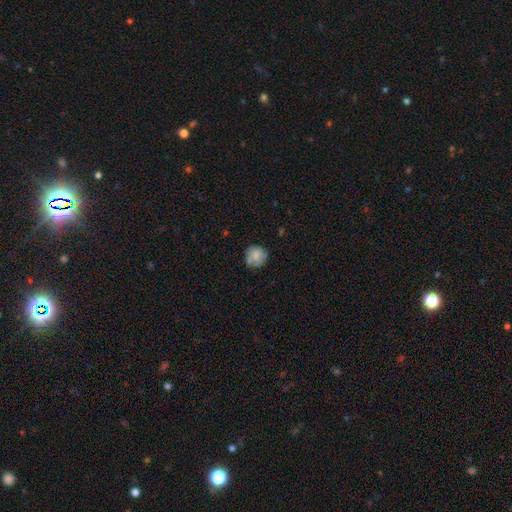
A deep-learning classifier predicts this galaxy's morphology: This is likely a smooth galaxy (74%). How rounded: clearly round (89%). Merging: likely none (73%).